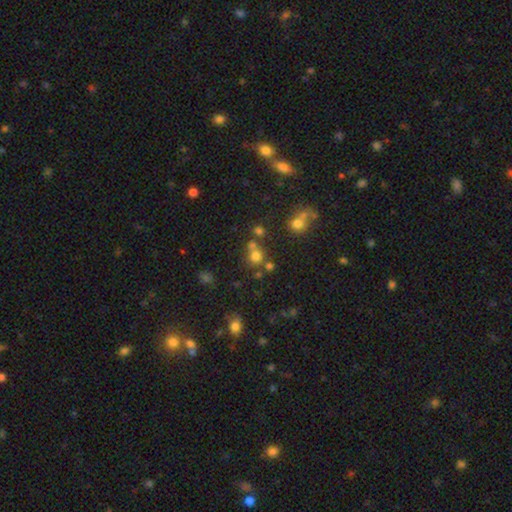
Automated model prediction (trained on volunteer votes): This appears to be a smooth galaxy with no disk features (68%) that is round (86%). Merging: none (57%).